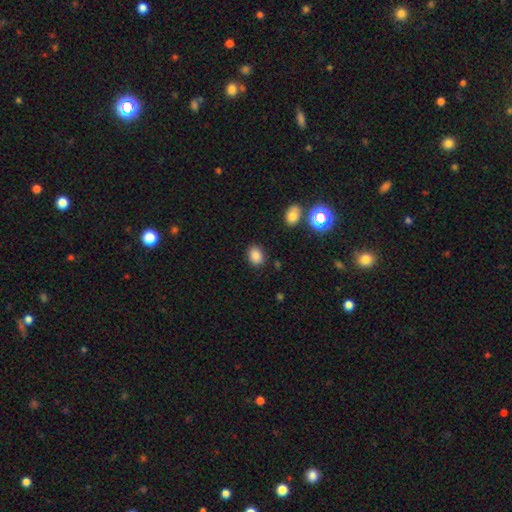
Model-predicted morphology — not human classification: A smooth galaxy with no disk features (84%) that is in between round and cigar-shaped (63%).

Vote fractions:
- Smooth or featured? smooth: 84% / star or artifact: 12% / featured or disk: 4%
- How rounded? in between: 63% / round: 36% / cigar-shaped: 1%
- Merging? none: 85% / minor disturbance: 10% / major disturbance: 3% / merger: 2%